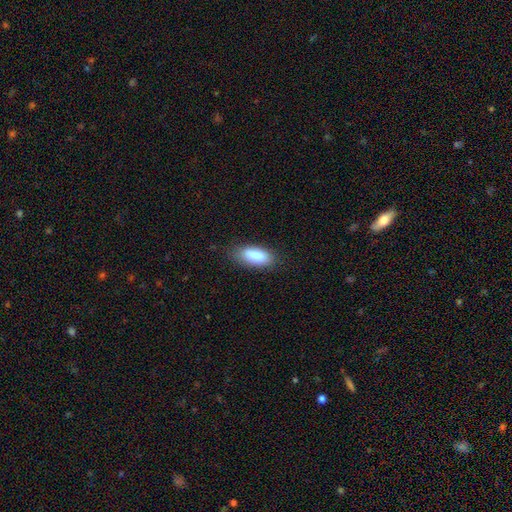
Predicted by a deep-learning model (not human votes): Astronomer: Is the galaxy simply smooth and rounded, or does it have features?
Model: smooth — 86%.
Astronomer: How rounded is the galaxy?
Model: in between — 84%.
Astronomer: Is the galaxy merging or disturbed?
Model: none — 78%.